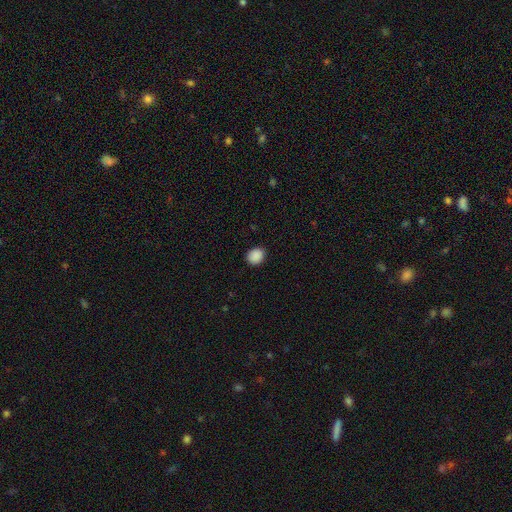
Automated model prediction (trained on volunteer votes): Q: Smooth or featured?
A: smooth (89%); runner-up: star or artifact (9%)
Q: How rounded?
A: round (66%); runner-up: in between (33%)
Q: Merging?
A: none (87%); runner-up: minor disturbance (9%)